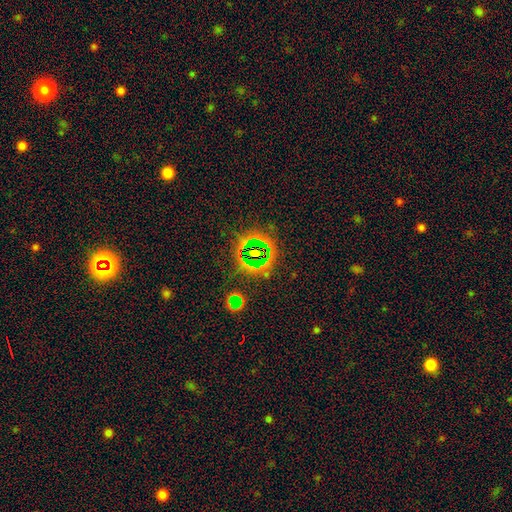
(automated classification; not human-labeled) Smooth or featured? Predicted: star or artifact (p=0.70).